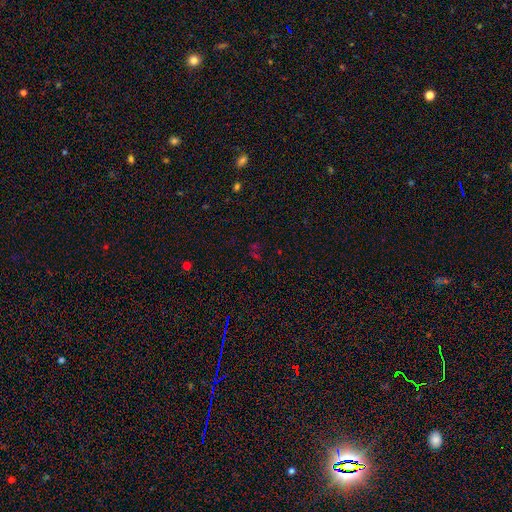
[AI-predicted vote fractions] Smooth or featured? Predicted: star or artifact (p=0.63).